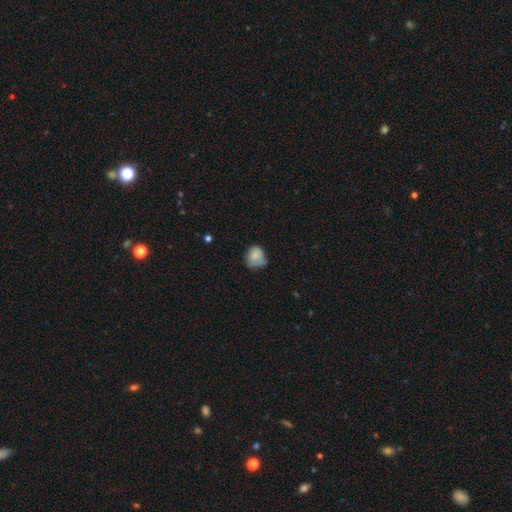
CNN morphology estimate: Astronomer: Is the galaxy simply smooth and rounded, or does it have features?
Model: smooth — 77%.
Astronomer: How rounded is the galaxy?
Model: round — 73%.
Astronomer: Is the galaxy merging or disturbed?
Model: none — 47% (runner-up: minor disturbance, 37%).